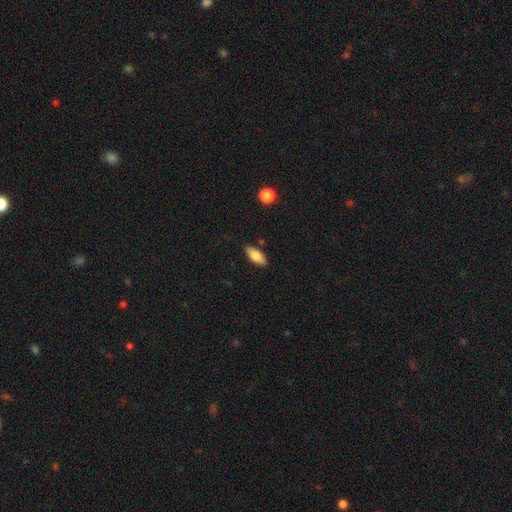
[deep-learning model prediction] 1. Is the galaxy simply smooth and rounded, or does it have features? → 81% smooth, 12% featured or disk, 7% star or artifact.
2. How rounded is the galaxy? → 82% in between, 16% cigar-shaped, 2% round.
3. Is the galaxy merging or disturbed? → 85% none, 11% minor disturbance, 2% major disturbance, 2% merger.